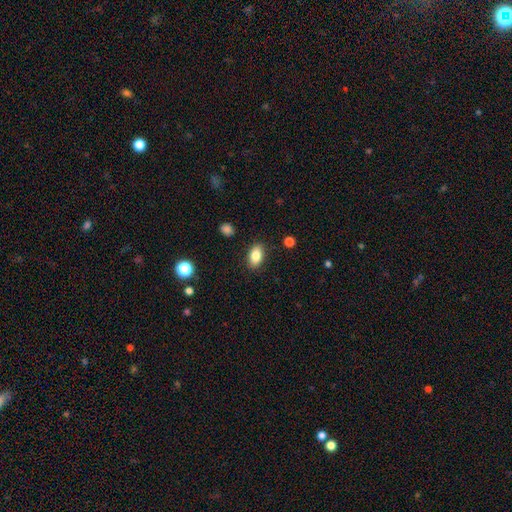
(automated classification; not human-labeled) smooth-or-featured: smooth: 84% | star or artifact: 8% | featured or disk: 8%
  how-rounded: in between: 90% | round: 8% | cigar-shaped: 2%
  merging: none: 87% | minor disturbance: 9% | major disturbance: 2% | merger: 1%